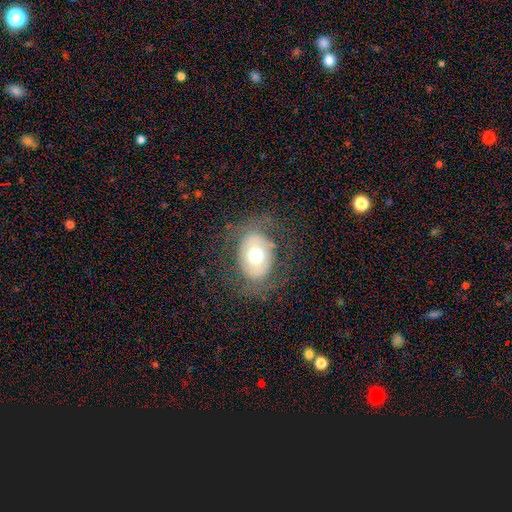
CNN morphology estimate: A smooth galaxy with no disk features (53%) that is in between round and cigar-shaped (60%).

Vote fractions:
- Smooth or featured? smooth: 53% / featured or disk: 37% / star or artifact: 10%
- How rounded? in between: 60% / round: 39% / cigar-shaped: 1%
- Merging? none: 71% / minor disturbance: 15% / major disturbance: 14% / merger: 1%